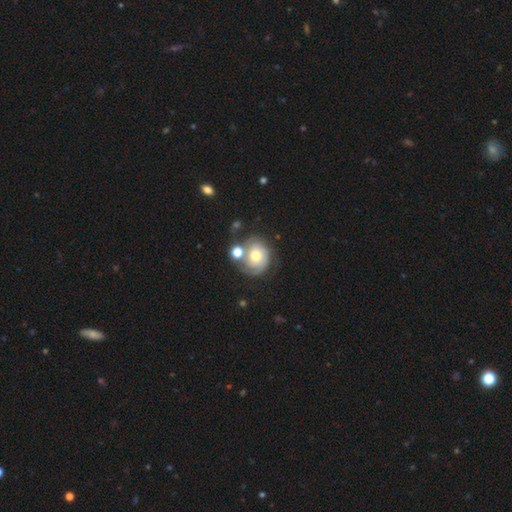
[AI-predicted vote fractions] A featured or disk galaxy (61%) with no bar (80%), spiral arms (83%) and a moderate central bulge (69%). Merging: none (53%).